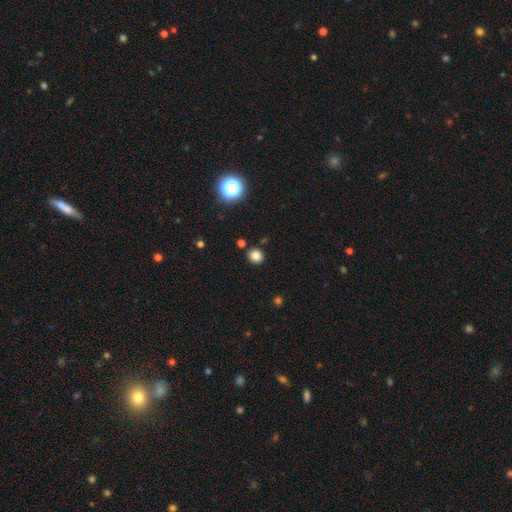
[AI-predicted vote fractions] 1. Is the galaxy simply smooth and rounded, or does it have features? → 81% smooth, 14% star or artifact, 5% featured or disk.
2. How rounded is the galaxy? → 87% round, 12% in between, 1% cigar-shaped.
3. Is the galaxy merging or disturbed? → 88% none, 6% minor disturbance, 4% merger, 2% major disturbance.